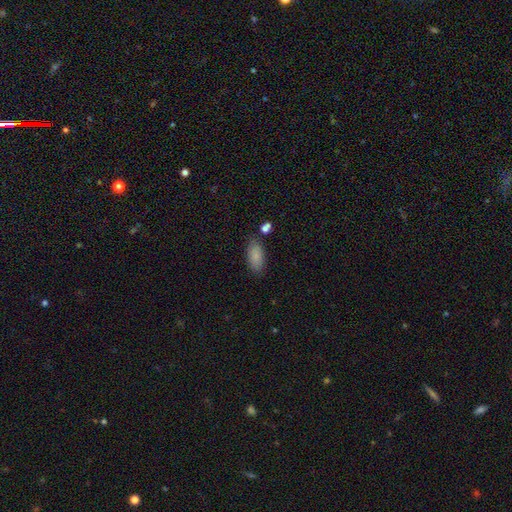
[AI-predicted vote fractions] smooth-or-featured: smooth: 87% | star or artifact: 7% | featured or disk: 6%
  how-rounded: in between: 91% | cigar-shaped: 7% | round: 3%
  merging: none: 78% | minor disturbance: 14% | merger: 4% | major disturbance: 3%